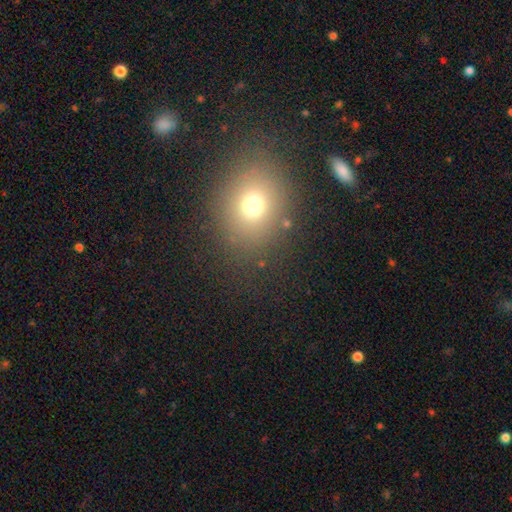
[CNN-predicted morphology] Smooth or featured: smooth — 68% (star or artifact — 21%)
How rounded: round — 54% (in between — 44%)
Merging: none — 85% (minor disturbance — 9%)